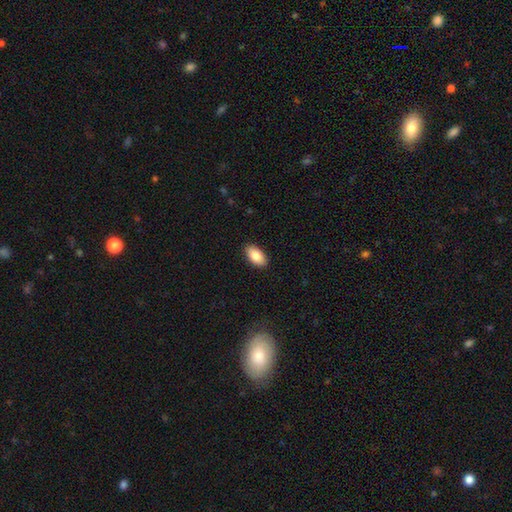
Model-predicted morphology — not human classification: smooth_or_featured: smooth (p=0.86) [alt: featured or disk p=0.08]
how_rounded: in between (p=0.94) [alt: cigar-shaped p=0.03]
merging: none (p=0.89) [alt: minor disturbance p=0.08]